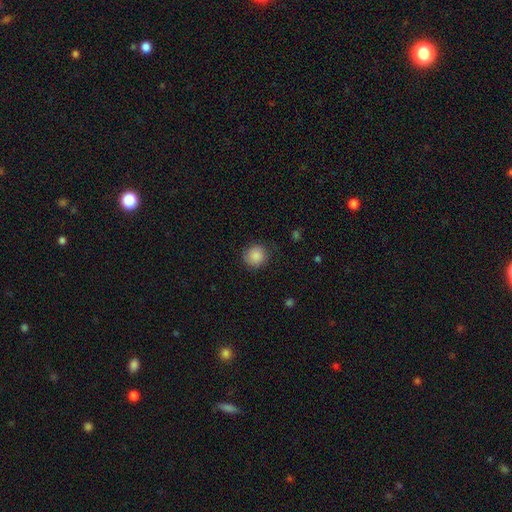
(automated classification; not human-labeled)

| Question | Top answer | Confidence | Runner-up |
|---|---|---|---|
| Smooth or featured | smooth | 87% | star or artifact (8%) |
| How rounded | round | 89% | in between (10%) |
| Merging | none | 81% | minor disturbance (14%) |